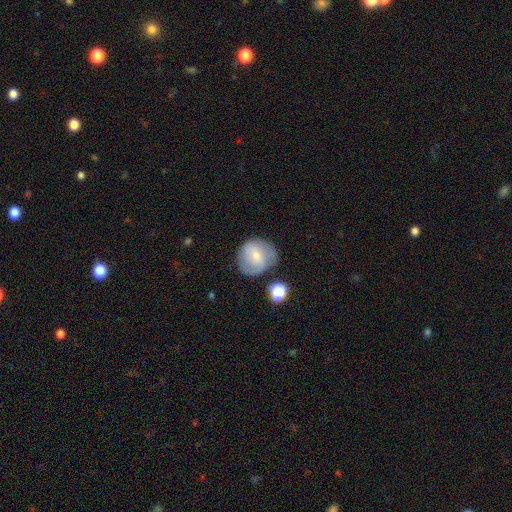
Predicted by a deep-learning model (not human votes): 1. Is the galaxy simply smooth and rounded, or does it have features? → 56% smooth, 36% featured or disk, 8% star or artifact.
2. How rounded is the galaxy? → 80% round, 19% in between, 1% cigar-shaped.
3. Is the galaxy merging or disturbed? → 55% none, 26% minor disturbance, 10% major disturbance, 8% merger.